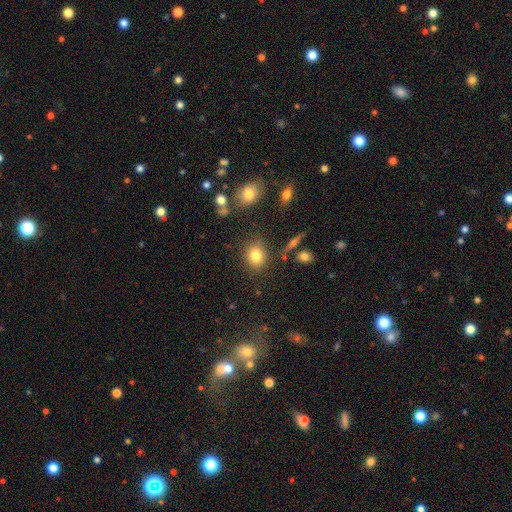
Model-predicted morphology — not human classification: smooth_or_featured: smooth (p=0.80) [alt: star or artifact p=0.11]
how_rounded: round (p=0.61) [alt: in between p=0.38]
merging: none (p=0.79) [alt: minor disturbance p=0.12]